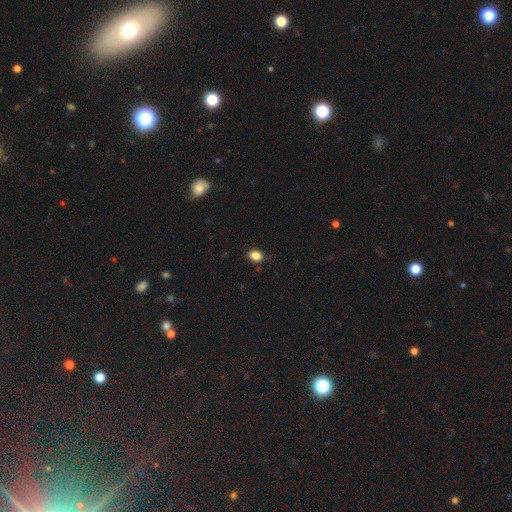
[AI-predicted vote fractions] Q: Smooth or featured?
A: smooth (85%); runner-up: star or artifact (11%)
Q: How rounded?
A: in between (58%); runner-up: round (41%)
Q: Merging?
A: none (82%); runner-up: minor disturbance (14%)